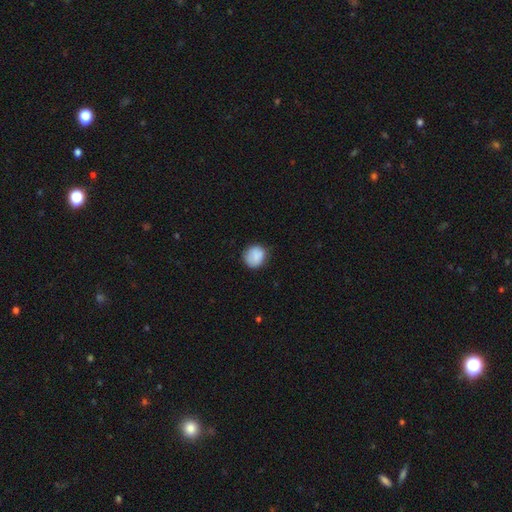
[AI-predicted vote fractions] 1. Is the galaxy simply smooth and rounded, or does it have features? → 85% smooth, 8% star or artifact, 7% featured or disk.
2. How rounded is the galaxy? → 81% round, 18% in between, 1% cigar-shaped.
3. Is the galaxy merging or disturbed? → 76% none, 18% minor disturbance, 4% major disturbance, 1% merger.